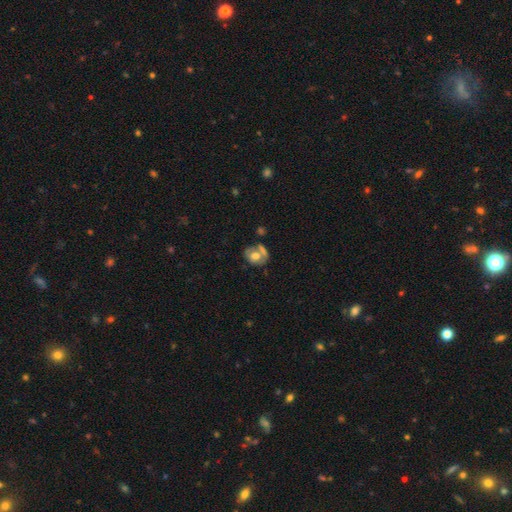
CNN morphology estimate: Smooth or featured? smooth (50%)
How rounded? round (55%)
Merging? none (45%)